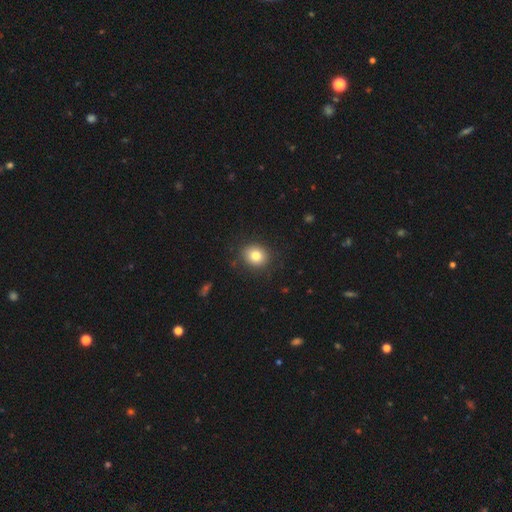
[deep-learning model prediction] Morphology: type=smooth (81%); roundness=round (66%); merging=none (87%).